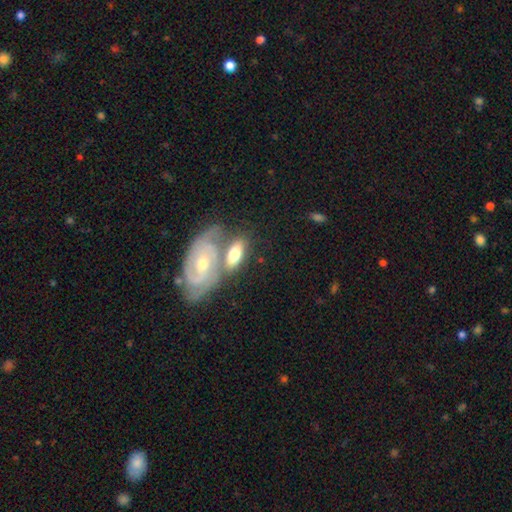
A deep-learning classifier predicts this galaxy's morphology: smooth-or-featured: featured or disk: 69% | smooth: 19% | star or artifact: 12%
  disk-edge-on: no: 90% | yes: 10%
    bar: no: 60% | weak: 30% | strong: 10%
    has-spiral-arms: yes: 84% | no: 16%
      spiral-winding: tight: 66% | medium: 26% | loose: 8%
      spiral-arm-count: 2: 39% | can't tell: 36% | 3: 12% | 4: 5% | 1: 4% | more than 4: 4%
    bulge-size: small: 51% | moderate: 44% | large: 2% | none: 1% | dominant: 1%
  merging: none: 49% | merger: 34% | minor disturbance: 12% | major disturbance: 5%